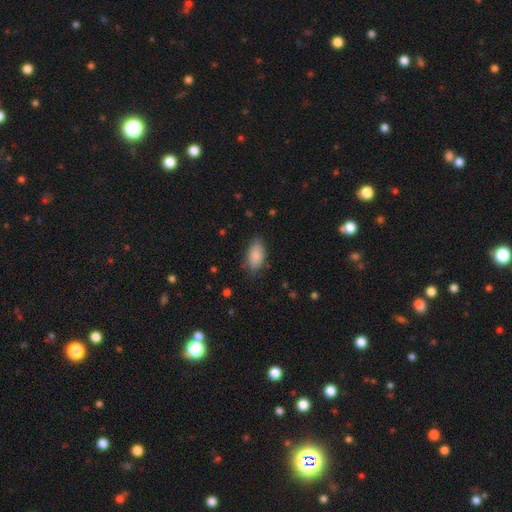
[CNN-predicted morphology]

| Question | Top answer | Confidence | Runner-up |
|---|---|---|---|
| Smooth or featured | smooth | 85% | featured or disk (8%) |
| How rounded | in between | 92% | cigar-shaped (4%) |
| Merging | none | 77% | minor disturbance (18%) |